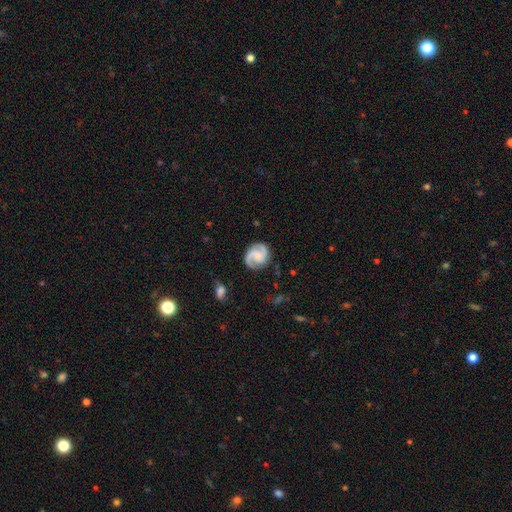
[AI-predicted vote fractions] Q: Smooth or featured?
A: featured or disk (83%); runner-up: smooth (12%)
Q: Edge-on disk?
A: no (98%); runner-up: yes (2%)
Q: Bar?
A: no (50%); runner-up: weak (41%)
Q: Spiral arms?
A: yes (97%); runner-up: no (3%)
Q: Spiral winding?
A: medium (52%); runner-up: tight (28%)
Q: Spiral arm count?
A: 2 (91%); runner-up: can't tell (3%)
Q: Bulge size?
A: small (39%); runner-up: moderate (29%)
Q: Merging?
A: none (81%); runner-up: minor disturbance (13%)